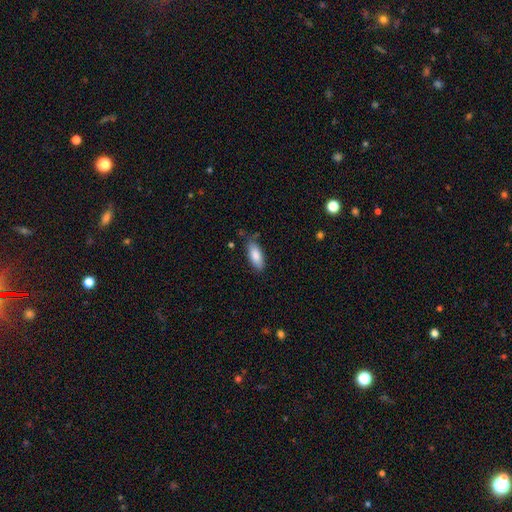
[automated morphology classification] A smooth galaxy with no disk features (85%) that is in between round and cigar-shaped (77%). Merging: none (74%).